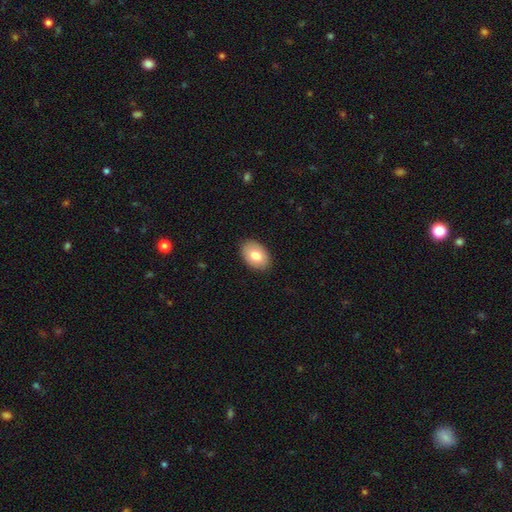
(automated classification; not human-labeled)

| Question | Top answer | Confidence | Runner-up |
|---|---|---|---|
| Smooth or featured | smooth | 78% | featured or disk (15%) |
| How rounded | in between | 86% | round (13%) |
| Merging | none | 89% | minor disturbance (8%) |